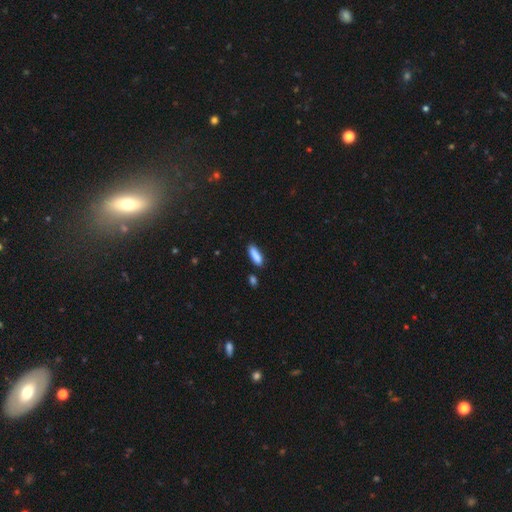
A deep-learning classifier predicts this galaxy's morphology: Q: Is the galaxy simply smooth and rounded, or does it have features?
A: smooth — 87%.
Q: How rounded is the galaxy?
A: cigar-shaped — 57%.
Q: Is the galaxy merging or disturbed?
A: none — 78%.